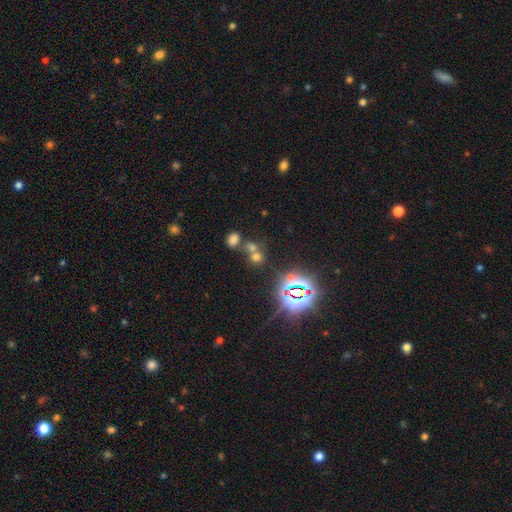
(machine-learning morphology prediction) smooth_or_featured: star or artifact (p=0.49) [alt: smooth p=0.40]